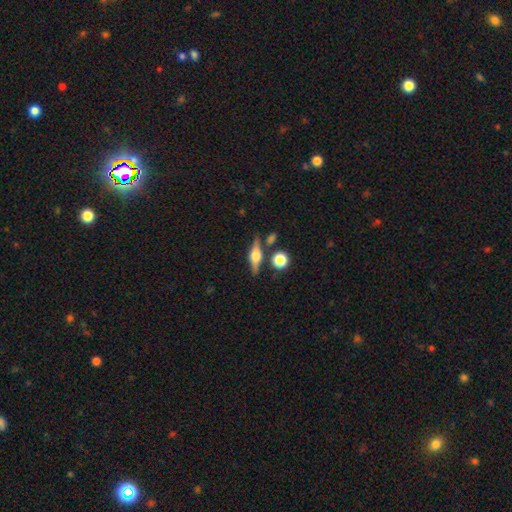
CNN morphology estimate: The model was most divided on "smooth or featured": featured or disk: 70%, smooth: 22%, star or artifact: 8%. More confident: edge-on disk — yes (96%); edge-on bulge — rounded (92%); merging — none (79%).